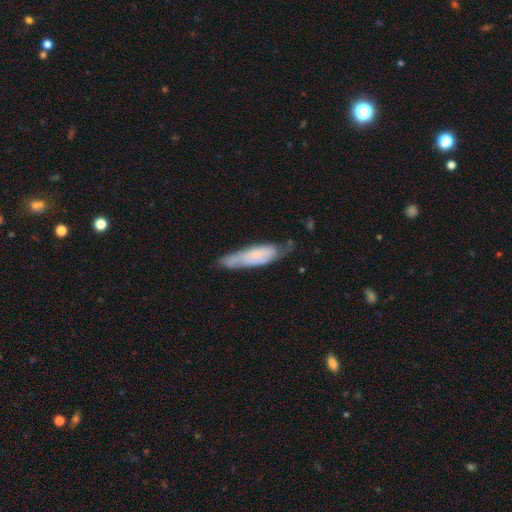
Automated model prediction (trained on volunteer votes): Smooth or featured? featured or disk (53%)
Edge-on disk? no (73%)
Merging? none (56%)